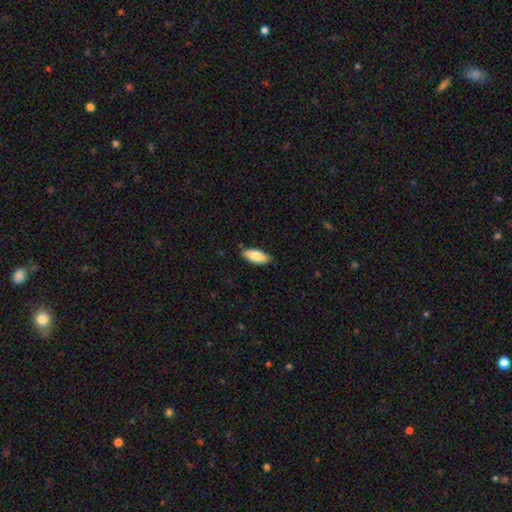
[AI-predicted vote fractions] This is clearly a smooth galaxy (82%). How rounded: clearly in between (84%). Merging: clearly none (85%).